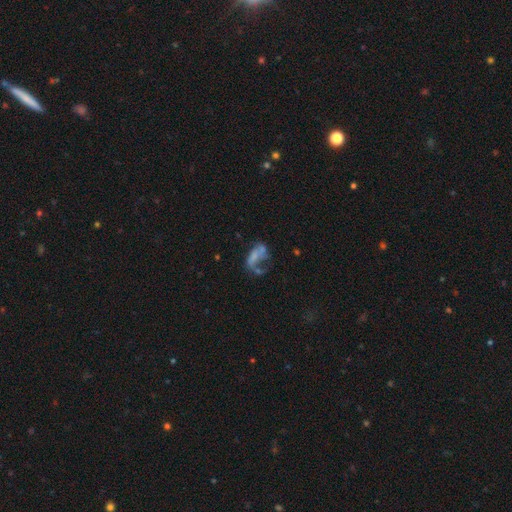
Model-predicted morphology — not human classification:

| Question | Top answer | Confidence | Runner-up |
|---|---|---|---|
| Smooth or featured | featured or disk | 49% | smooth (36%) |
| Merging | major disturbance | 44% | none (22%) |